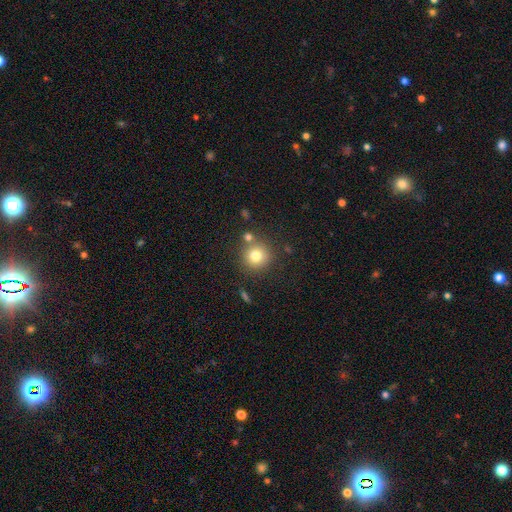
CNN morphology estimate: A smooth galaxy with no disk features (78%) that is round (92%).

Vote fractions:
- Smooth or featured? smooth: 78% / star or artifact: 12% / featured or disk: 10%
- How rounded? round: 92% / in between: 7% / cigar-shaped: 1%
- Merging? none: 75% / merger: 12% / minor disturbance: 9% / major disturbance: 3%